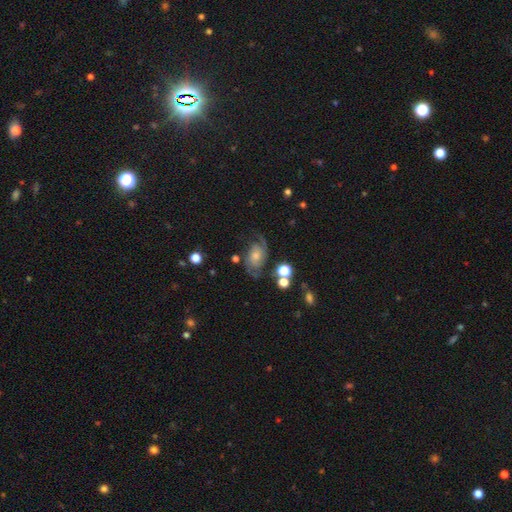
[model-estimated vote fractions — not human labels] The model was most divided on "bulge size": moderate: 41%, small: 37%, none: 10%, large: 10%, dominant: 2%. Remaining: edge-on disk — no (97%); spiral arms — yes (94%); spiral arm count — 2 (78%); smooth or featured — featured or disk (76%); bar — no (68%); merging — none (61%); spiral winding — medium (48%).